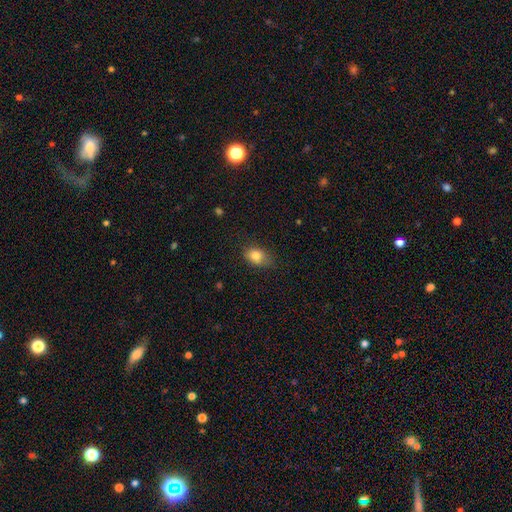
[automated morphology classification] This is clearly a smooth galaxy (82%). How rounded: likely in between (72%). Merging: likely none (69%).